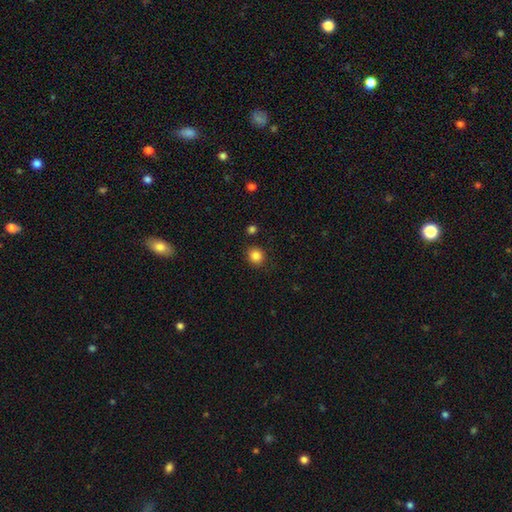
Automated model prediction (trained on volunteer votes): A smooth galaxy with no disk features (85%) that is round (81%).

Vote fractions:
- Smooth or featured? smooth: 85% / star or artifact: 11% / featured or disk: 4%
- How rounded? round: 81% / in between: 18% / cigar-shaped: 1%
- Merging? none: 87% / minor disturbance: 8% / merger: 2% / major disturbance: 2%